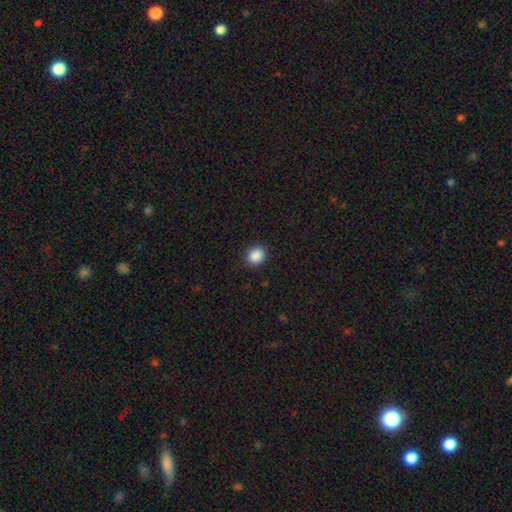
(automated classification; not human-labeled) Q: Smooth or featured?
A: smooth (88%); runner-up: star or artifact (9%)
Q: How rounded?
A: round (77%); runner-up: in between (22%)
Q: Merging?
A: none (90%); runner-up: minor disturbance (7%)